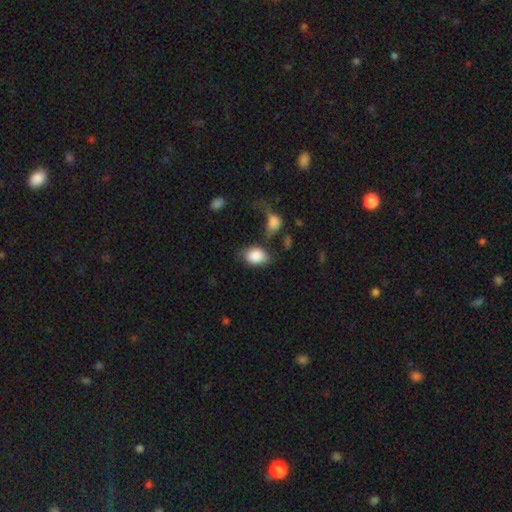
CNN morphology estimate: The model was most divided on "merging": none: 40%, minor disturbance: 23%, merger: 19%, major disturbance: 18%. More confident: smooth or featured — smooth (85%); how rounded — in between (80%).